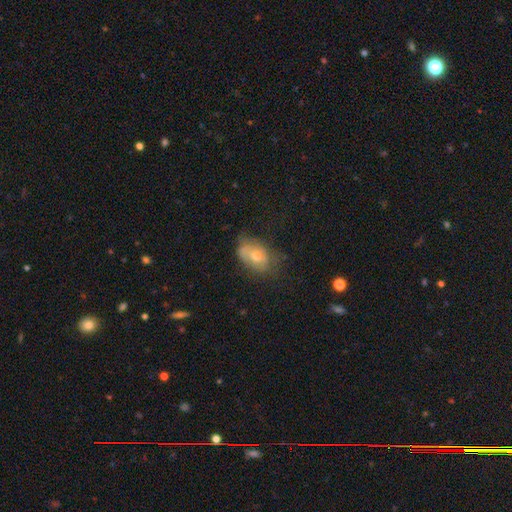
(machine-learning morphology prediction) This is possibly a smooth galaxy (57%). How rounded: clearly in between (84%). Merging: possibly none (48%).